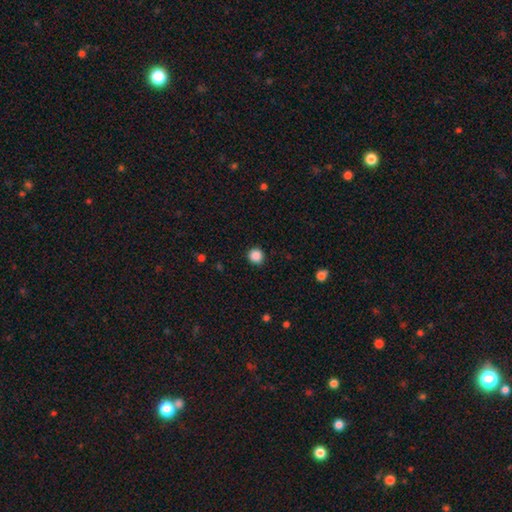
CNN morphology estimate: Smooth or featured? smooth (87%)
How rounded? round (94%)
Merging? none (92%)